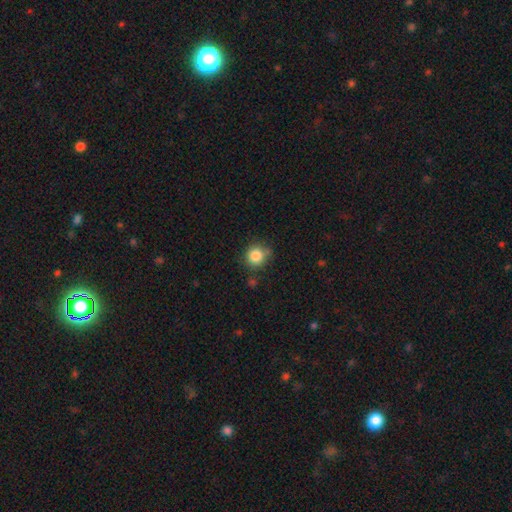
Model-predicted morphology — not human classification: Smooth or featured? Predicted: smooth (p=0.85). How rounded? Predicted: round (p=0.88). Merging? Predicted: none (p=0.72).